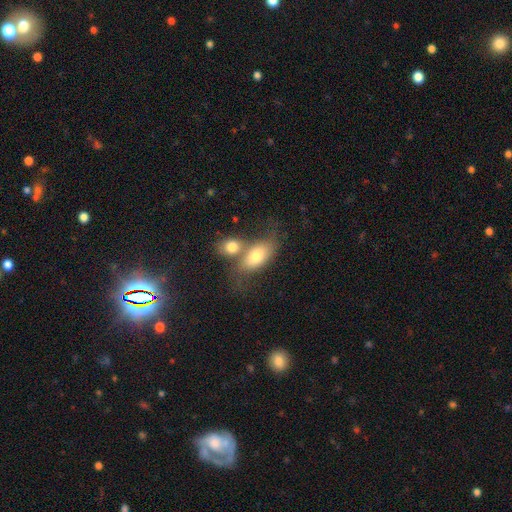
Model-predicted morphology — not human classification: This is likely a smooth galaxy (71%). How rounded: clearly in between (85%). Merging: possibly merger (56%).